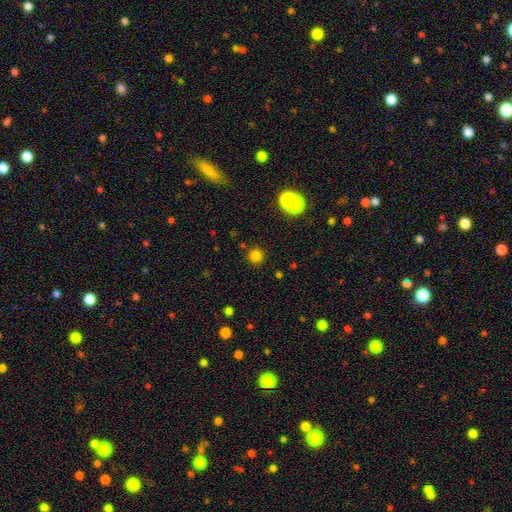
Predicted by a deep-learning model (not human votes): Smooth or featured? smooth (79%)
How rounded? round (93%)
Merging? none (83%)